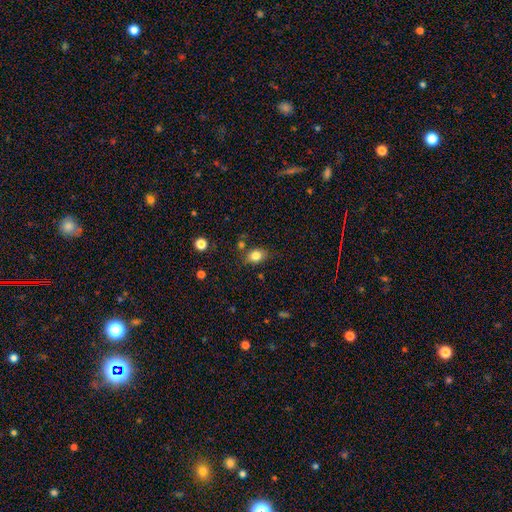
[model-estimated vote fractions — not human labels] smooth-or-featured: smooth: 82% | star or artifact: 10% | featured or disk: 8%
  how-rounded: in between: 62% | round: 37% | cigar-shaped: 1%
  merging: none: 74% | minor disturbance: 17% | merger: 5% | major disturbance: 4%